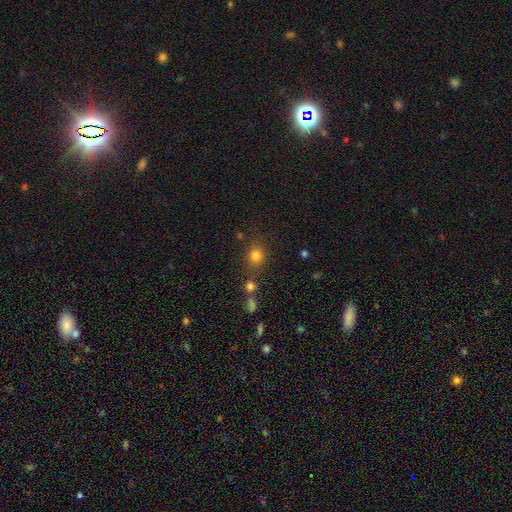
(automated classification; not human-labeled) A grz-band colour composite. It shows a smooth galaxy with no disk features (79%) that is round (72%). Merging: none (73%).